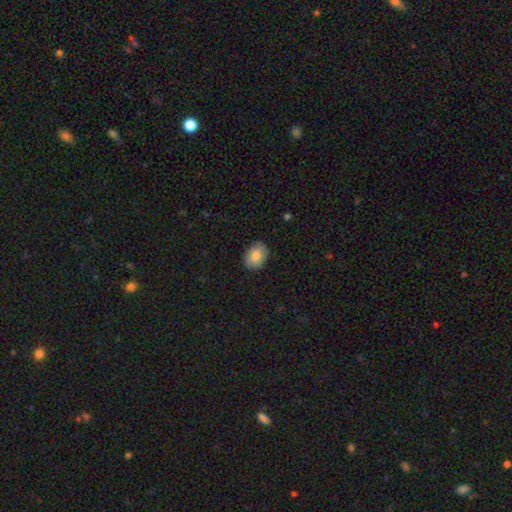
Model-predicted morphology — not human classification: smooth 83%, featured or disk 10%, star or artifact 7%. Down the decision tree: how rounded — in between (68%); merging — none (88%).